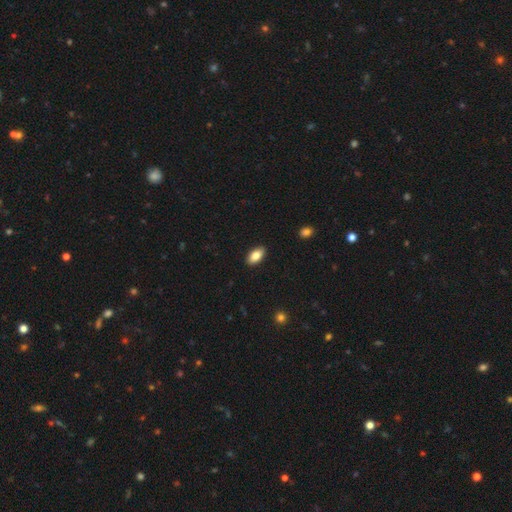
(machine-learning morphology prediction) smooth-or-featured: smooth: 84% | featured or disk: 9% | star or artifact: 7%
  how-rounded: in between: 93% | cigar-shaped: 4% | round: 3%
  merging: none: 90% | minor disturbance: 7% | major disturbance: 2% | merger: 1%